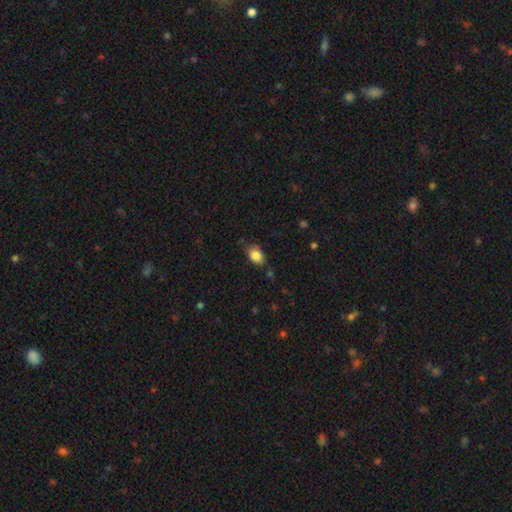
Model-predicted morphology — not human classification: smooth 85%, star or artifact 8%, featured or disk 7%. Down the decision tree: how rounded — in between (83%); merging — none (74%).